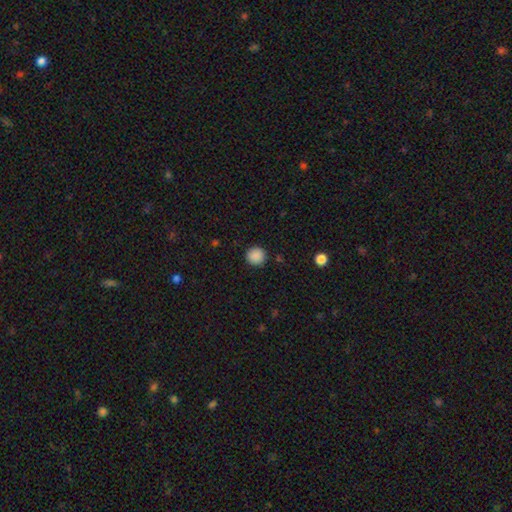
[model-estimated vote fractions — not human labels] smooth 88%, star or artifact 9%, featured or disk 2%. Down the decision tree: how rounded — round (94%); merging — none (91%).